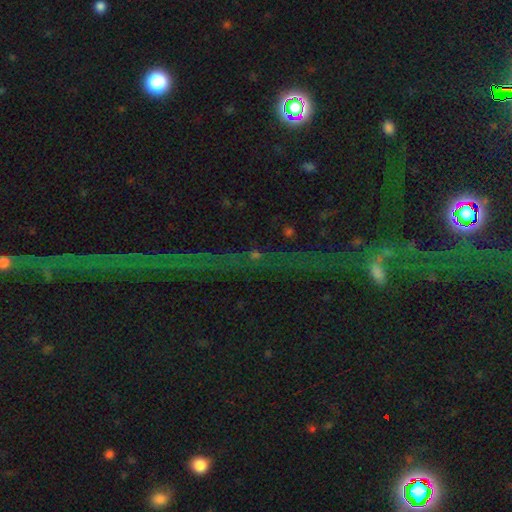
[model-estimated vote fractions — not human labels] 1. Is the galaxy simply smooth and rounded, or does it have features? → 68% star or artifact, 16% featured or disk, 16% smooth.